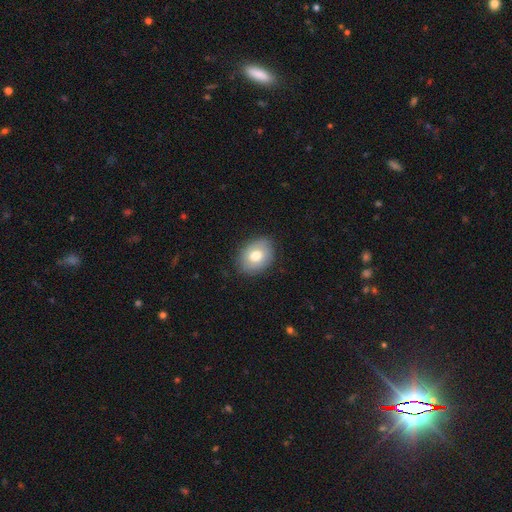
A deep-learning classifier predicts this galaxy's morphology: Smooth or featured? Predicted: smooth (p=0.72). How rounded? Predicted: in between (p=0.63). Merging? Predicted: none (p=0.82).